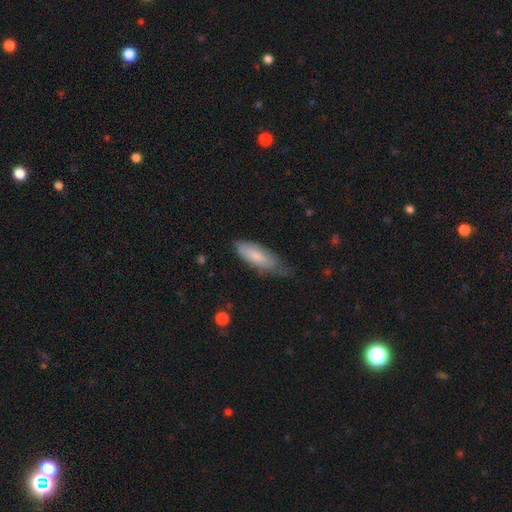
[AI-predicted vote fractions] smooth-or-featured: smooth: 75% | featured or disk: 19% | star or artifact: 6%
  how-rounded: in between: 64% | cigar-shaped: 35% | round: 2%
  merging: none: 46% | minor disturbance: 40% | major disturbance: 12% | merger: 2%